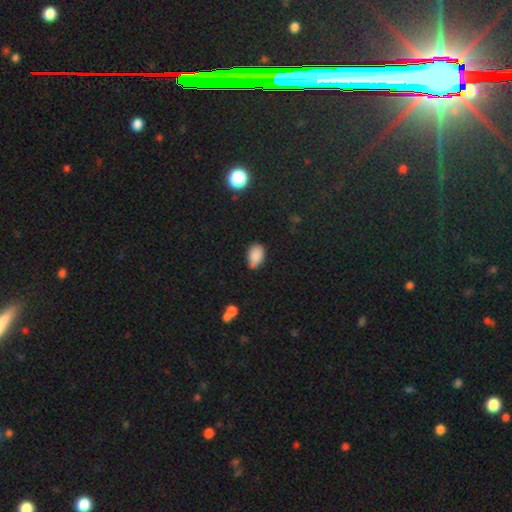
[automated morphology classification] A smooth galaxy with no disk features (85%) that is in between round and cigar-shaped (85%).

Vote fractions:
- Smooth or featured? smooth: 85% / star or artifact: 9% / featured or disk: 6%
- How rounded? in between: 85% / round: 14% / cigar-shaped: 1%
- Merging? none: 60% / minor disturbance: 30% / major disturbance: 5% / merger: 5%